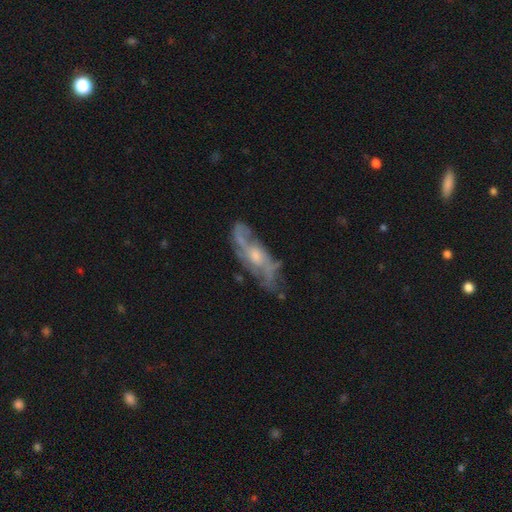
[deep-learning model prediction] Smooth or featured: featured or disk — 75% (smooth — 16%)
Edge-on disk: no — 76% (yes — 24%)
Bar: no — 69% (weak — 25%)
Spiral arms: yes — 76% (no — 24%)
Bulge size: moderate — 52% (small — 38%)
Merging: none — 64% (minor disturbance — 22%)